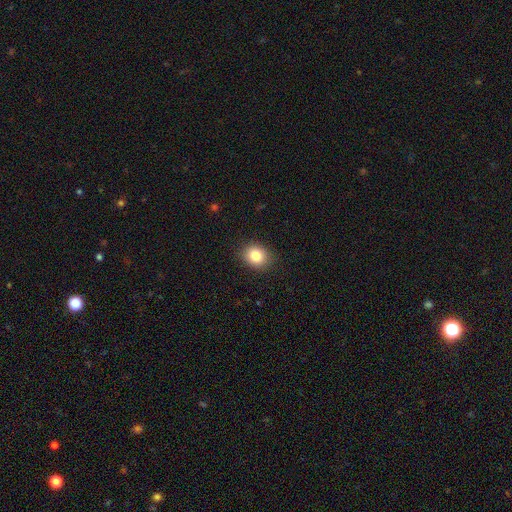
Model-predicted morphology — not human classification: type=smooth (83%); roundness=round (61%); merging=none (88%).